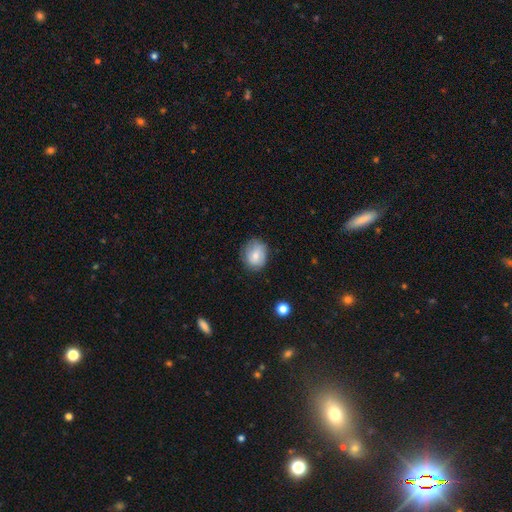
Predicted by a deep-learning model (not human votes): Smooth or featured: smooth — 73% (featured or disk — 19%)
How rounded: round — 58% (in between — 41%)
Merging: none — 74% (minor disturbance — 20%)